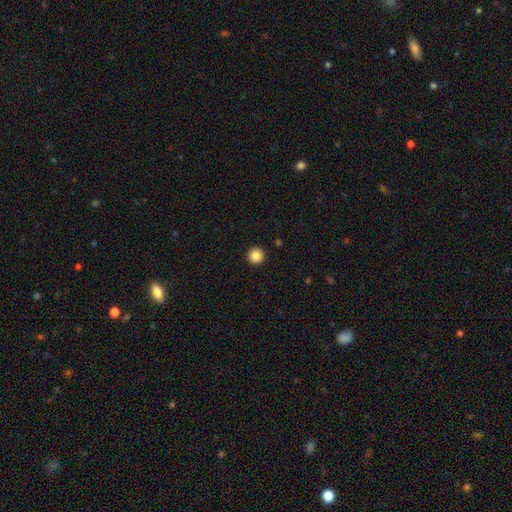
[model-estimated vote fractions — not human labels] Smooth or featured? Predicted: smooth (p=0.85). How rounded? Predicted: round (p=0.96). Merging? Predicted: none (p=0.94).